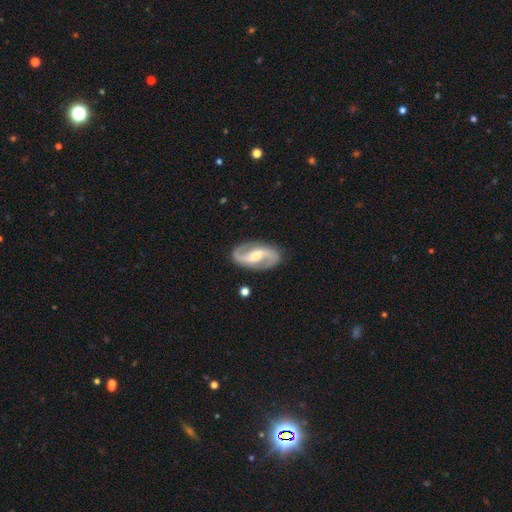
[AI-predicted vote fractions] A featured or disk galaxy (90%) with a weak bar (44%), 2 (94%) medium (51%) spiral arms (97%) and a moderate central bulge (57%).

Vote fractions:
- Smooth or featured? featured or disk: 90% / smooth: 6% / star or artifact: 4%
- Edge-on disk? no: 97% / yes: 3%
- Bar? weak: 44% / strong: 31% / no: 25%
- Spiral arms? yes: 97% / no: 3%
- Spiral winding? medium: 51% / loose: 32% / tight: 17%
- Spiral arm count? 2: 94% / can't tell: 2% / 1: 1% / 3: 1% / 4: 1% / more than 4: 1%
- Bulge size? moderate: 57% / small: 32% / large: 6% / none: 3% / dominant: 1%
- Merging? none: 87% / minor disturbance: 9% / major disturbance: 3% / merger: 1%